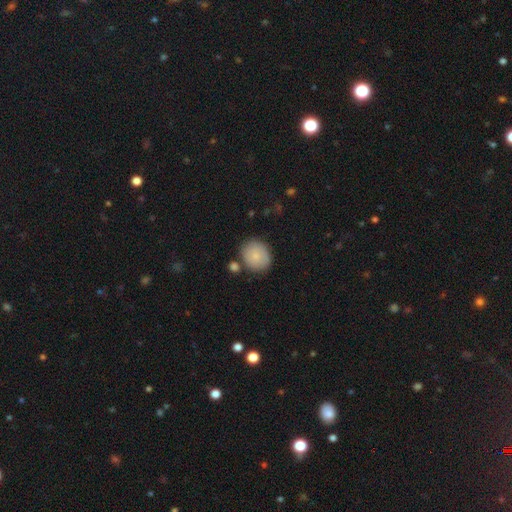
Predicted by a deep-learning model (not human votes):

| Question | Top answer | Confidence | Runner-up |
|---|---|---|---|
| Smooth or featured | smooth | 81% | featured or disk (12%) |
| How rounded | round | 73% | in between (26%) |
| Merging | none | 74% | minor disturbance (14%) |